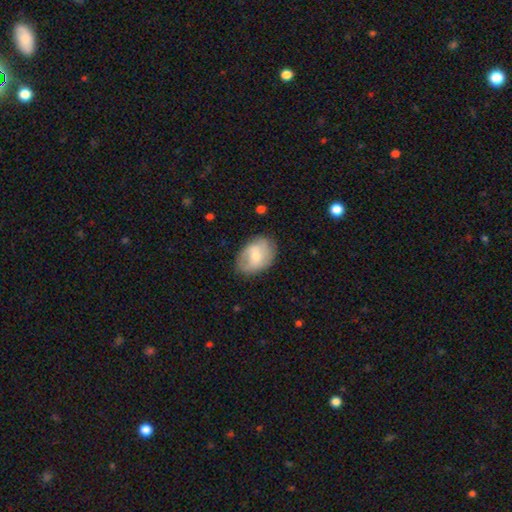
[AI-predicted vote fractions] A smooth galaxy with no disk features (55%) that is in between round and cigar-shaped (80%). Merging: none (69%).